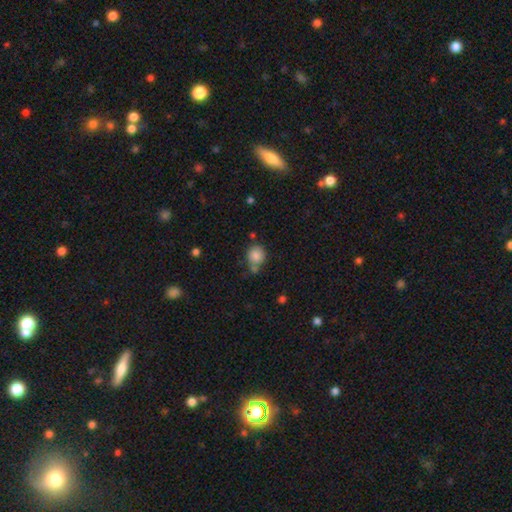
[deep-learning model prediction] A smooth galaxy with no disk features (84%) that is round (81%). Merging: none (60%).